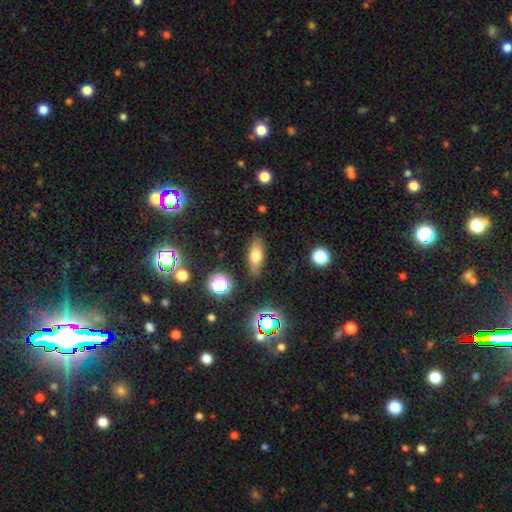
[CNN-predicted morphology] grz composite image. It shows a smooth galaxy with no disk features (66%) that is in between round and cigar-shaped (65%). Merging: none (85%).